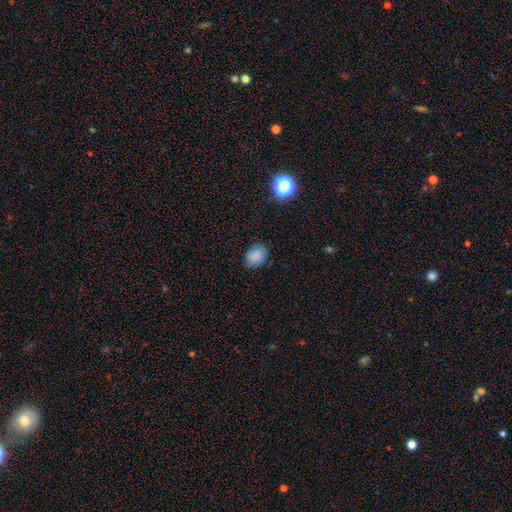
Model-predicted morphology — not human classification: This appears to be a smooth galaxy with no disk features (83%) that is in between round and cigar-shaped (62%). Merging: none (77%).